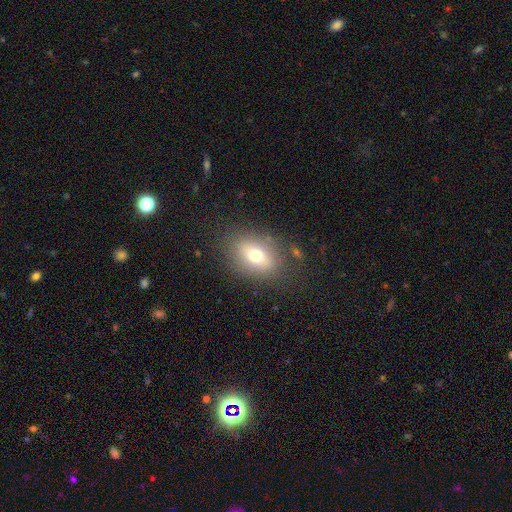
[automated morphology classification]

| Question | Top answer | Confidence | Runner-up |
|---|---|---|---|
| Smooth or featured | smooth | 67% | featured or disk (20%) |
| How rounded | in between | 66% | round (32%) |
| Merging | none | 79% | minor disturbance (12%) |